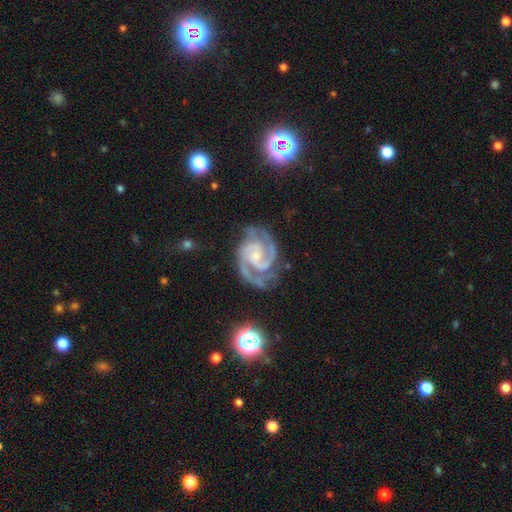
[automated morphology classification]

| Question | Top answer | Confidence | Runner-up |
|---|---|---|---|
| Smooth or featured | featured or disk | 94% | star or artifact (4%) |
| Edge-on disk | no | 98% | yes (2%) |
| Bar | no | 53% | weak (36%) |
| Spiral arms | yes | 99% | no (1%) |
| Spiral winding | tight | 52% | medium (44%) |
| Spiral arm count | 2 | 80% | 3 (12%) |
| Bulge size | small | 69% | moderate (23%) |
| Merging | none | 71% | minor disturbance (20%) |